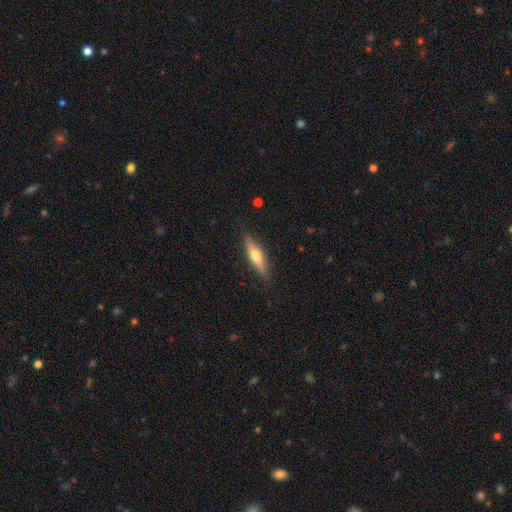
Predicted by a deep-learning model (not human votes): Q: Smooth or featured?
A: featured or disk (47%); tied with: smooth (47%)
Q: Merging?
A: none (86%); runner-up: minor disturbance (11%)